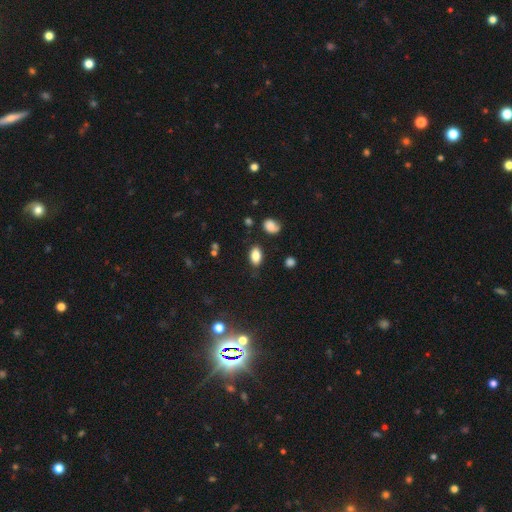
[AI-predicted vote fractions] smooth-or-featured: smooth: 83% | star or artifact: 9% | featured or disk: 8%
  how-rounded: in between: 90% | round: 7% | cigar-shaped: 3%
  merging: none: 78% | minor disturbance: 16% | major disturbance: 4% | merger: 2%